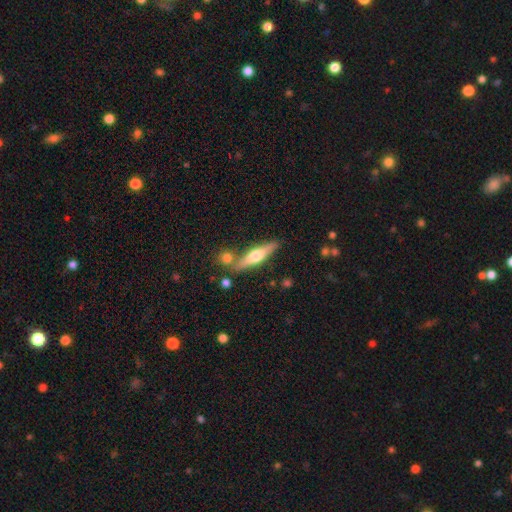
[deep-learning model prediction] Smooth or featured? featured or disk (57%)
Edge-on disk? yes (94%)
Edge-on bulge? rounded (92%)
Merging? none (74%)